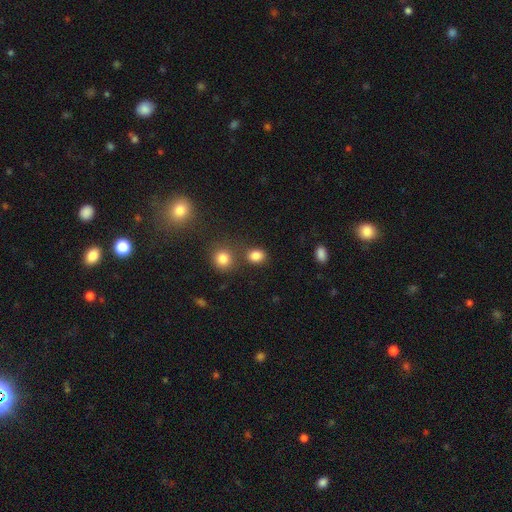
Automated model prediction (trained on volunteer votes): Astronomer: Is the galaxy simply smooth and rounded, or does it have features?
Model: smooth — 83%.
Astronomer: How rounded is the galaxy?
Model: in between — 57% (runner-up: round, 42%).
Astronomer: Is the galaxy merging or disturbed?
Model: none — 71%.